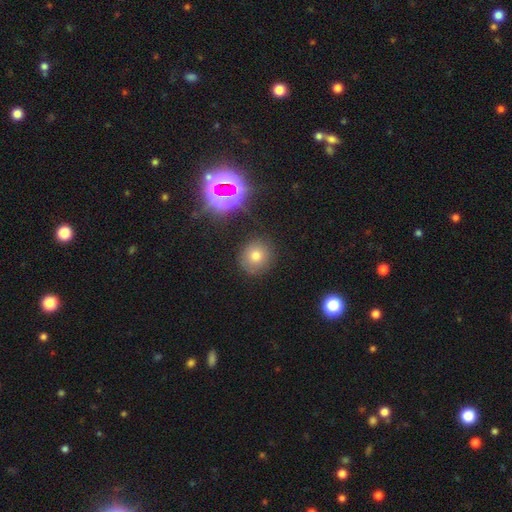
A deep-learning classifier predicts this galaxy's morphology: Smooth or featured: smooth — 71% (star or artifact — 18%)
How rounded: round — 88% (in between — 11%)
Merging: none — 85% (minor disturbance — 9%)